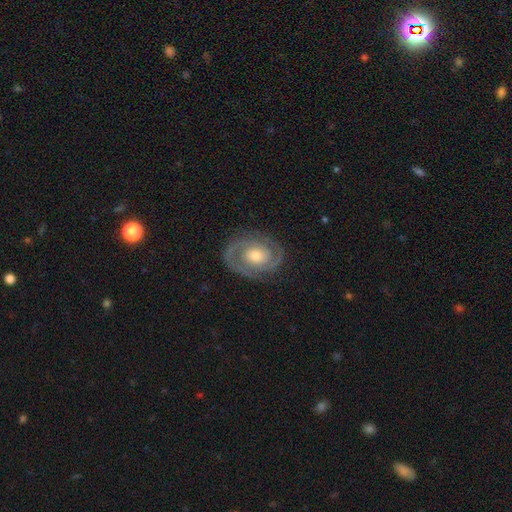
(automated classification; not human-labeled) Smooth or featured? featured or disk (88%)
Edge-on disk? no (97%)
Bar? no (69%)
Spiral arms? yes (96%)
Spiral winding? tight (60%)
Spiral arm count? 2 (91%)
Bulge size? moderate (65%)
Merging? none (84%)